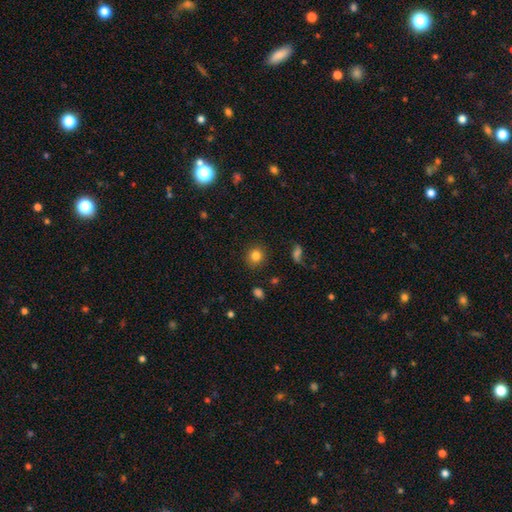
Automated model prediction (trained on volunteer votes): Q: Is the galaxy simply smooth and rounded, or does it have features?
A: smooth — 83%.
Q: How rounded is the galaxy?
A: round — 85%.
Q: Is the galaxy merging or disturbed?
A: none — 89%.